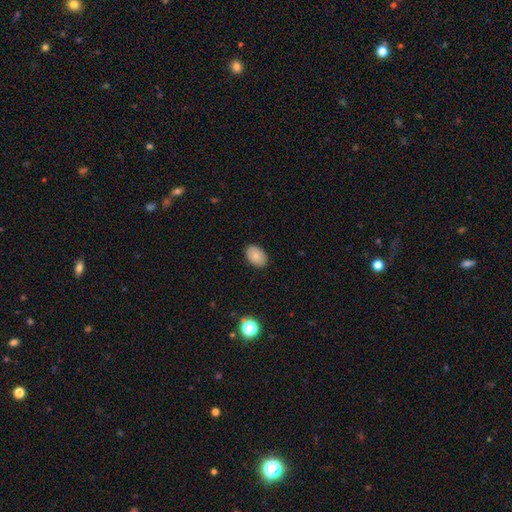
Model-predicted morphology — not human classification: Smooth or featured? Predicted: smooth (p=0.80). How rounded? Predicted: in between (p=0.82). Merging? Predicted: none (p=0.87).